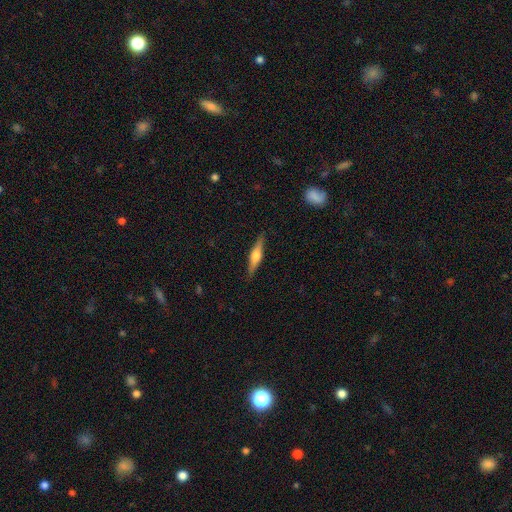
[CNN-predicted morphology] Smooth or featured: featured or disk — 60% (smooth — 35%)
Edge-on disk: yes — 96% (no — 4%)
Edge-on bulge: rounded — 89% (boxy — 7%)
Merging: none — 88% (minor disturbance — 9%)